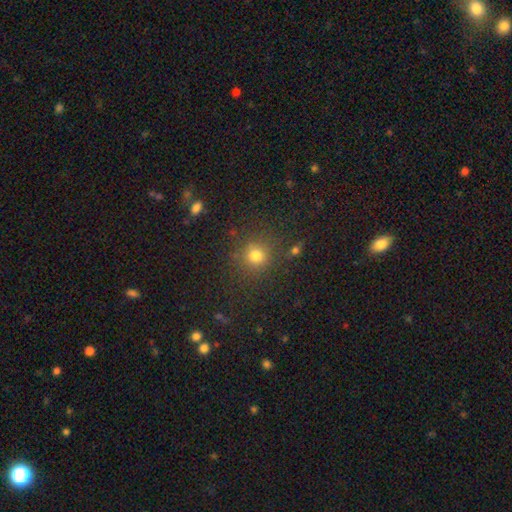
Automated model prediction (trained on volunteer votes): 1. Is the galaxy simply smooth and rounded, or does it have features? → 74% smooth, 19% star or artifact, 6% featured or disk.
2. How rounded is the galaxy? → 90% round, 9% in between, 1% cigar-shaped.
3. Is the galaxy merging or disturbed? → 83% none, 9% minor disturbance, 4% major disturbance, 4% merger.